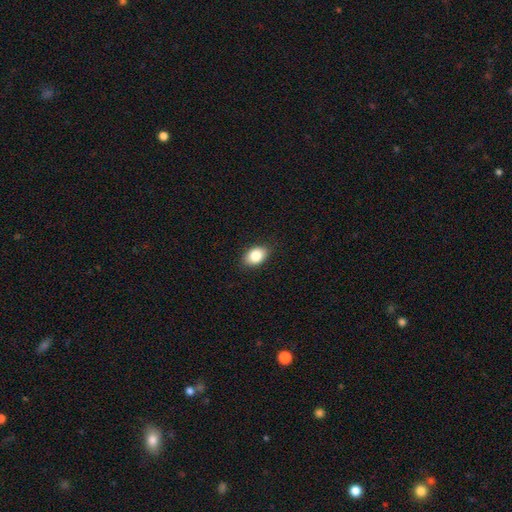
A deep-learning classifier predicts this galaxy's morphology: Smooth or featured: smooth — 85% (star or artifact — 8%)
How rounded: in between — 82% (round — 16%)
Merging: none — 86% (minor disturbance — 10%)